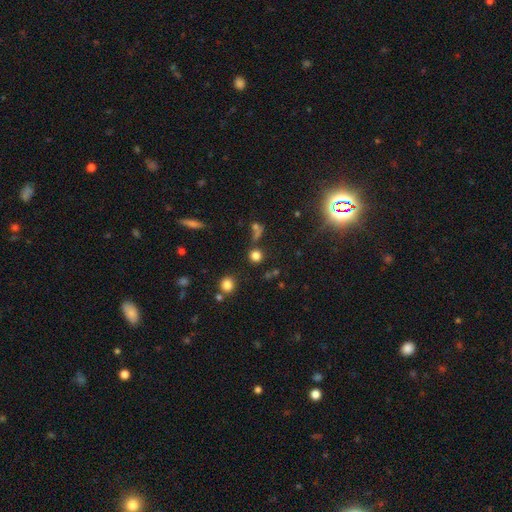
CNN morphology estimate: smooth 74%, star or artifact 20%, featured or disk 6%. Down the decision tree: how rounded — round (89%); merging — none (75%).